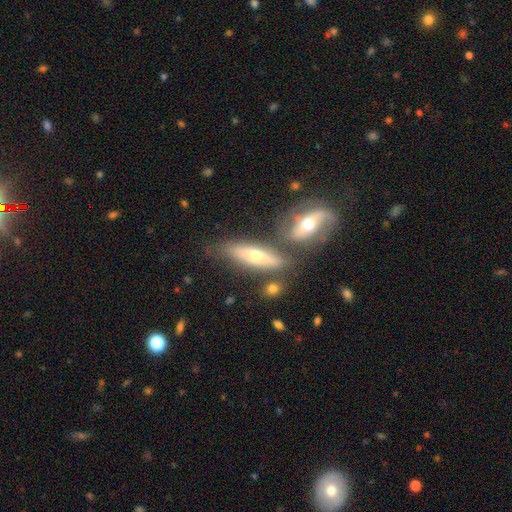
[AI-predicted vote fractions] Overall: smooth (50%; featured or disk 43%). Merging: none (56%; merger 24%).